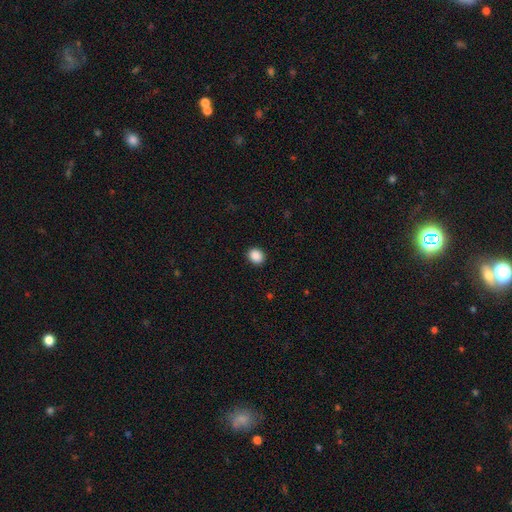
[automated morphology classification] This is clearly a smooth galaxy (89%). How rounded: likely round (69%). Merging: clearly none (91%).